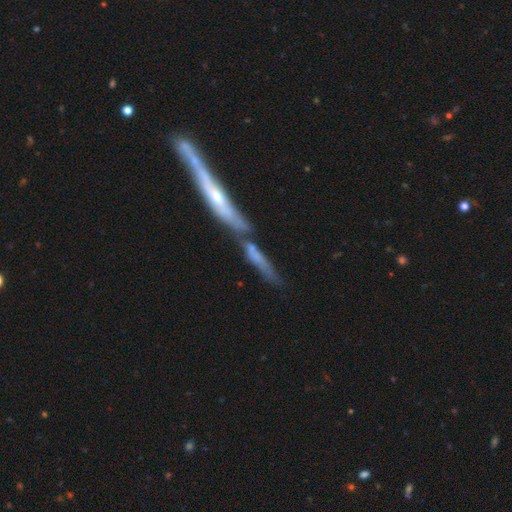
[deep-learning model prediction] Morphology: type=smooth (48%); merging=merger (49%).